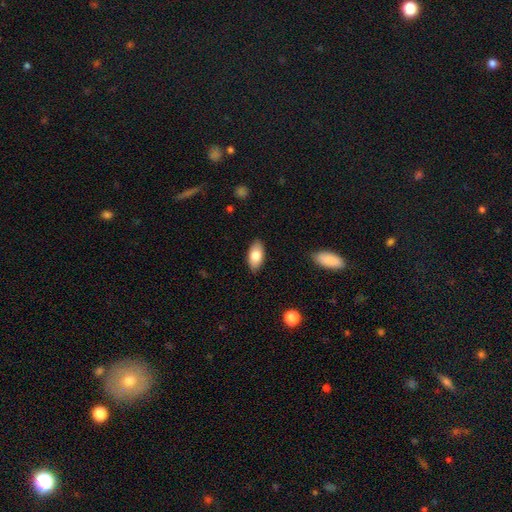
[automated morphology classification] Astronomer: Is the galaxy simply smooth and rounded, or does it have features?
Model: smooth — 80%.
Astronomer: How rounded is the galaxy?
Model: in between — 92%.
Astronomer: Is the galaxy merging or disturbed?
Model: none — 86%.